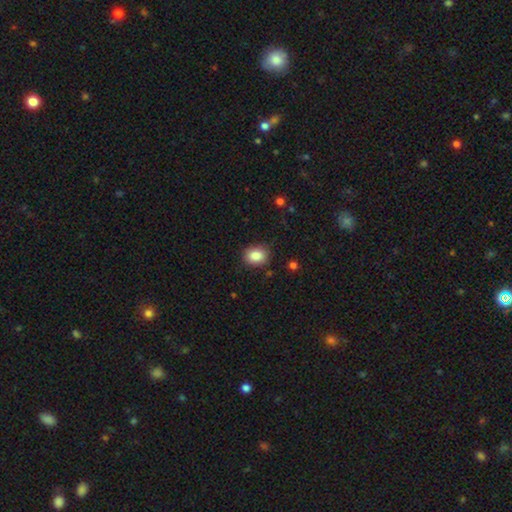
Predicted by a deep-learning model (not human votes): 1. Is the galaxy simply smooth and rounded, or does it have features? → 86% smooth, 9% star or artifact, 5% featured or disk.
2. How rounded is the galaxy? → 53% round, 46% in between, 1% cigar-shaped.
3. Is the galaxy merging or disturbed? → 86% none, 10% minor disturbance, 2% major disturbance, 1% merger.